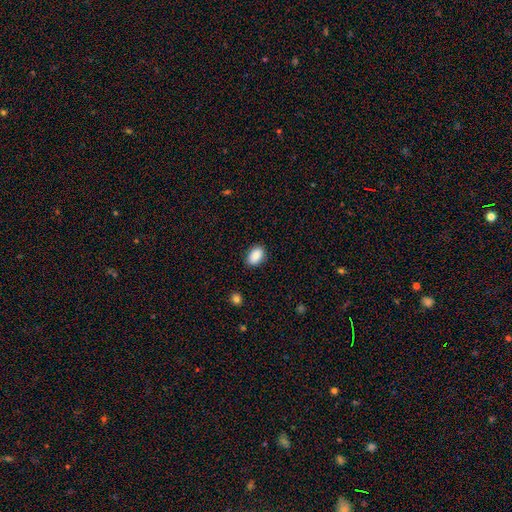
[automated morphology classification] This appears to be a smooth galaxy with no disk features (88%) that is in between round and cigar-shaped (83%). Merging: none (86%).